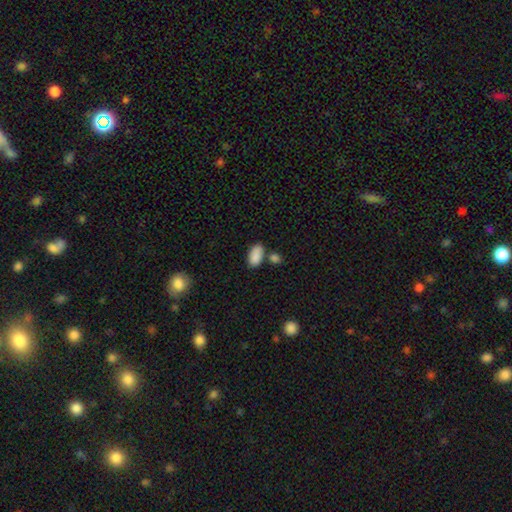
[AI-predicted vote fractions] Smooth or featured: smooth — 88% (star or artifact — 7%)
How rounded: in between — 94% (round — 4%)
Merging: none — 64% (merger — 18%)